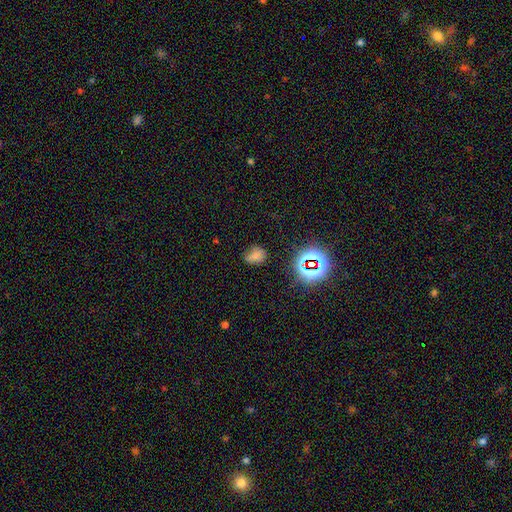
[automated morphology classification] The model was most divided on "how rounded": in between: 55%, round: 44%, cigar-shaped: 1%. More confident: smooth or featured — smooth (64%); merging — none (59%).